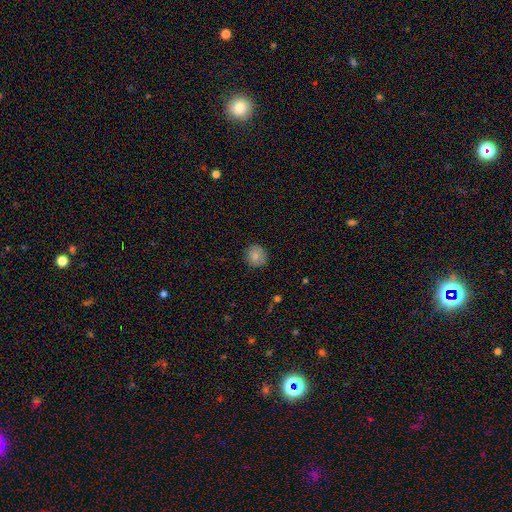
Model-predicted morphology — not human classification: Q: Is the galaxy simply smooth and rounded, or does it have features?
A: smooth — 84%.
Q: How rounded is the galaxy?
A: round — 87%.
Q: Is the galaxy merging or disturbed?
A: none — 86%.